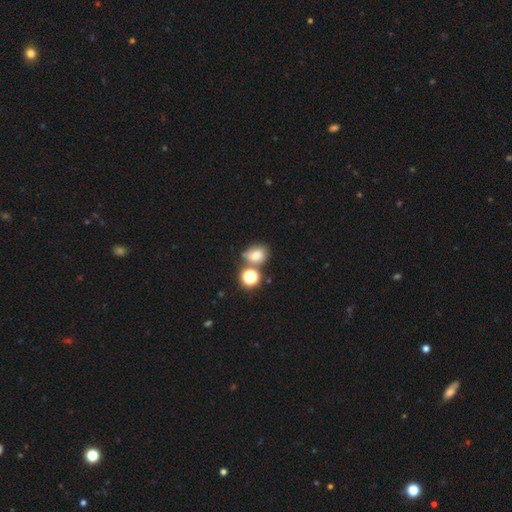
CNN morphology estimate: Overall: smooth (71%). How rounded: in between (52%; round 47%). Merging: none (51%; merger 24%).